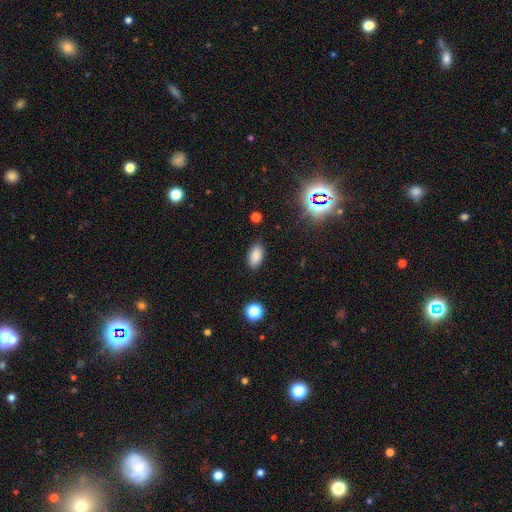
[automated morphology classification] The model was most divided on "smooth or featured": smooth: 85%, star or artifact: 10%, featured or disk: 5%. More confident: how rounded — in between (93%); merging — none (87%).